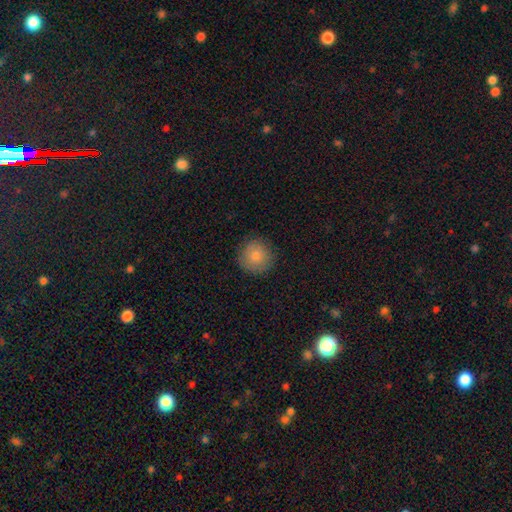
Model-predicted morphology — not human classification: smooth_or_featured: smooth (p=0.82) [alt: featured or disk p=0.10]
how_rounded: round (p=0.95) [alt: in between p=0.04]
merging: none (p=0.87) [alt: minor disturbance p=0.10]